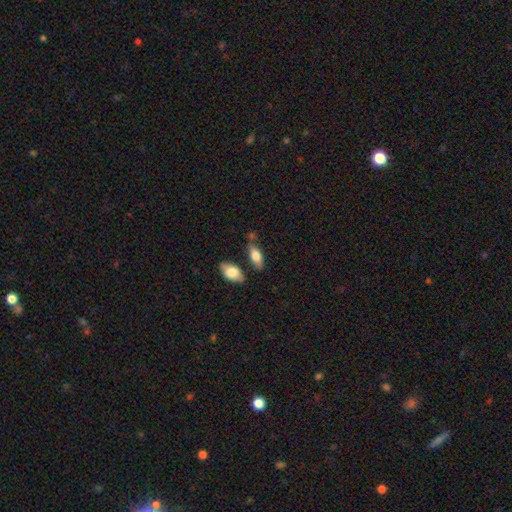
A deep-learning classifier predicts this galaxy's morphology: Q: Smooth or featured?
A: smooth (74%); runner-up: featured or disk (20%)
Q: How rounded?
A: in between (80%); runner-up: cigar-shaped (17%)
Q: Merging?
A: none (65%); runner-up: minor disturbance (17%)